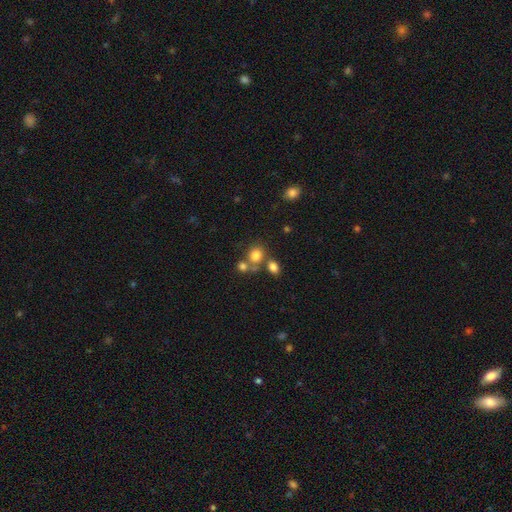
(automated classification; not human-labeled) A smooth galaxy with no disk features (78%) that is round (68%).

Vote fractions:
- Smooth or featured? smooth: 78% / star or artifact: 13% / featured or disk: 9%
- How rounded? round: 68% / in between: 31% / cigar-shaped: 1%
- Merging? none: 54% / merger: 31% / minor disturbance: 10% / major disturbance: 5%